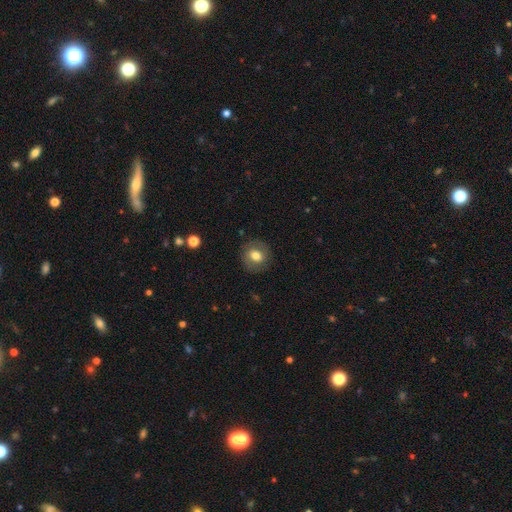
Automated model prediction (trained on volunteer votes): smooth-or-featured: smooth: 65% | featured or disk: 26% | star or artifact: 9%
  how-rounded: round: 78% | in between: 21% | cigar-shaped: 1%
  merging: none: 84% | minor disturbance: 11% | major disturbance: 4% | merger: 1%